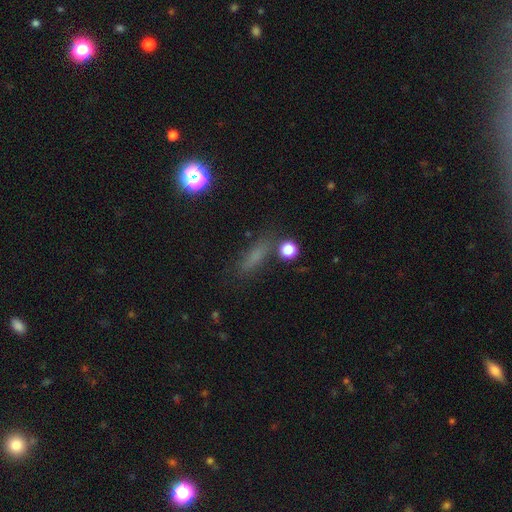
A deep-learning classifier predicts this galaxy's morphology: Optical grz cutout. It shows a smooth galaxy with no disk features (64%) that is cigar-shaped (56%). Merging: none (73%).